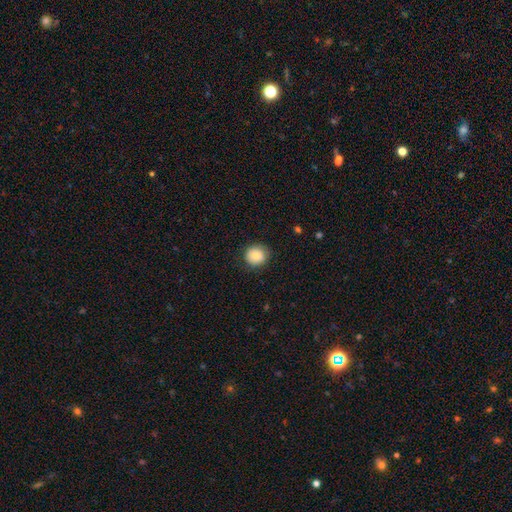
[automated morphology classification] A smooth galaxy with no disk features (84%) that is round (87%).

Vote fractions:
- Smooth or featured? smooth: 84% / star or artifact: 8% / featured or disk: 8%
- How rounded? round: 87% / in between: 12% / cigar-shaped: 1%
- Merging? none: 83% / minor disturbance: 12% / major disturbance: 3% / merger: 1%